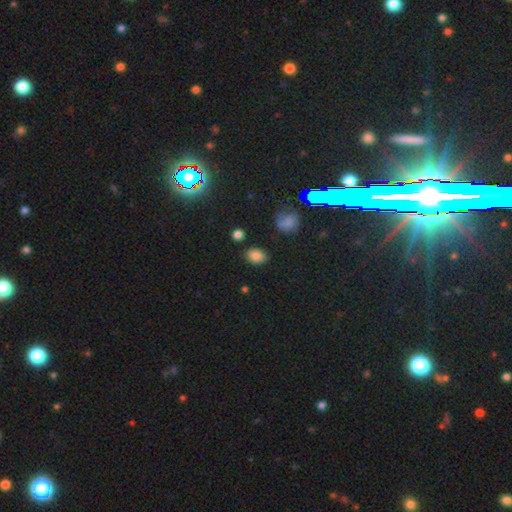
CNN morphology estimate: The model was most divided on "how rounded": in between: 74%, round: 25%, cigar-shaped: 1%. More confident: merging — none (82%); smooth or featured — smooth (82%).